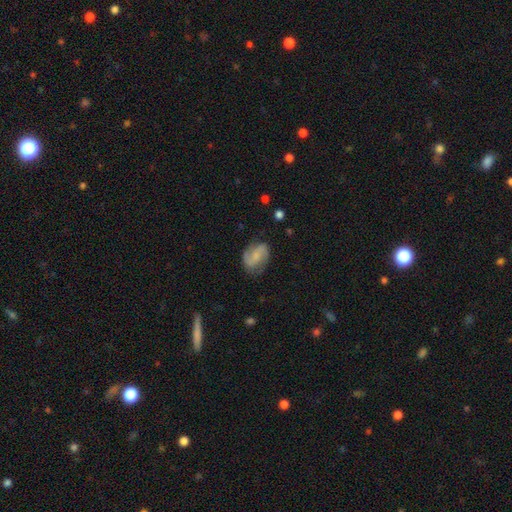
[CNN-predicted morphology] This is possibly a featured or disk galaxy (59%). It is clearly not viewed edge-on (97%). Bar: possibly no (49%). Spiral arm pattern: clearly yes (91%). Spiral arm count: clearly 2 (85%). Spiral winding: marginally medium (44%). Central bulge: marginally none (43%). Merging: likely none (71%).